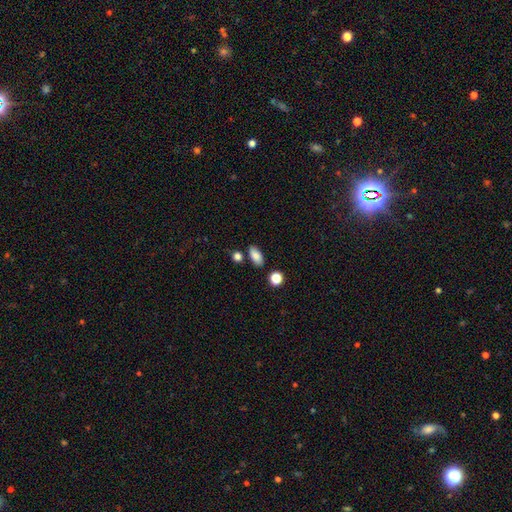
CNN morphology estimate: Overall: smooth (85%). How rounded: in between (88%). Merging: none (80%).